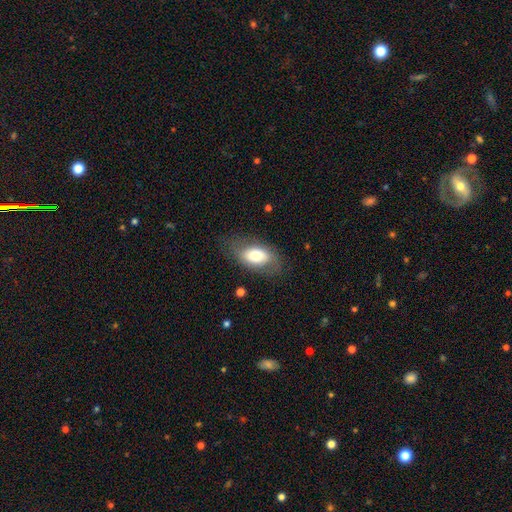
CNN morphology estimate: Smooth or featured: smooth — 70% (featured or disk — 23%)
How rounded: in between — 90% (round — 7%)
Merging: none — 71% (minor disturbance — 19%)